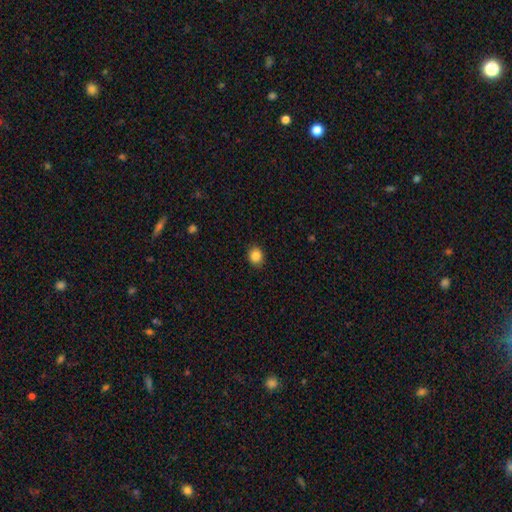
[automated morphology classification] A smooth galaxy with no disk features (86%) that is round (65%). Merging: none (89%).